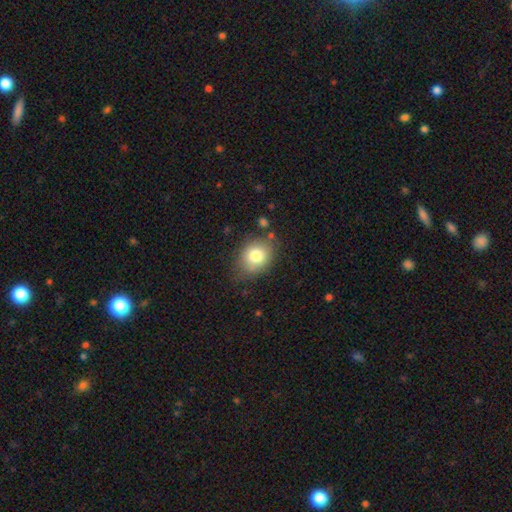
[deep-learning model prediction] This appears to be a smooth galaxy with no disk features (79%) that is in between round and cigar-shaped (54%). Merging: none (69%).